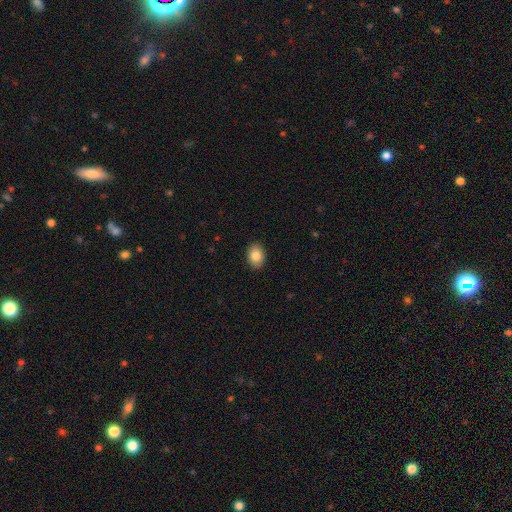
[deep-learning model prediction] This appears to be a smooth galaxy with no disk features (85%) that is in between round and cigar-shaped (73%). Merging: none (90%).